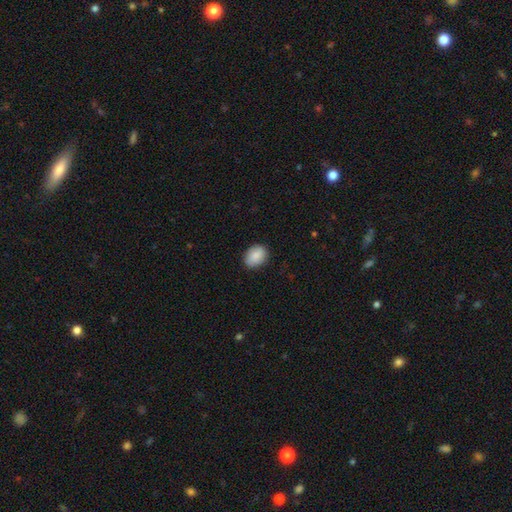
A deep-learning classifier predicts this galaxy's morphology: smooth 89%, star or artifact 7%, featured or disk 4%. Down the decision tree: how rounded — in between (73%); merging — none (85%).